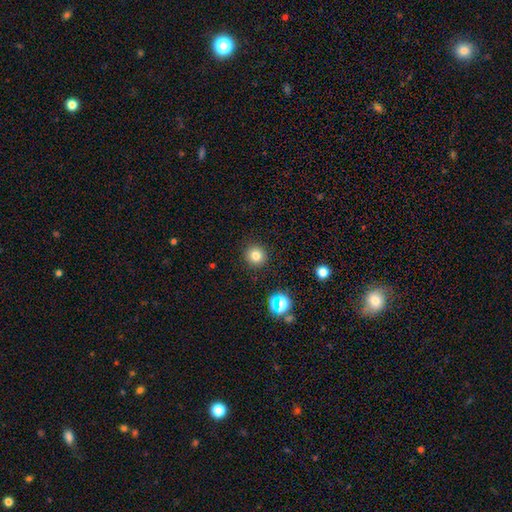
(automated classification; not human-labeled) The model was most divided on "smooth or featured": smooth: 78%, star or artifact: 16%, featured or disk: 7%. More confident: how rounded — round (92%); merging — none (91%).